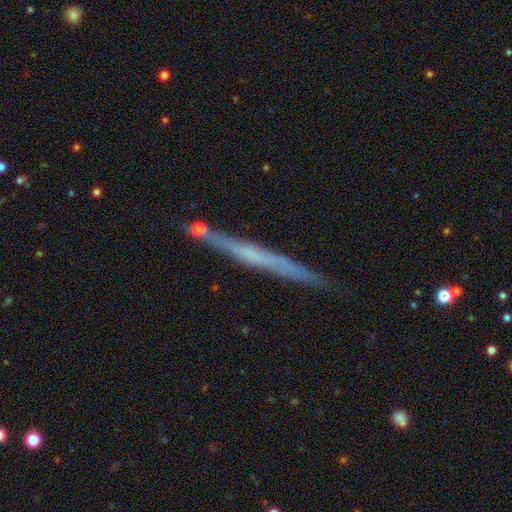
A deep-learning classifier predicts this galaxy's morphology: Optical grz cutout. It shows a featured or disk galaxy (62%) viewed edge-on (96%) with no central bulge (77%). Merging: none (85%).